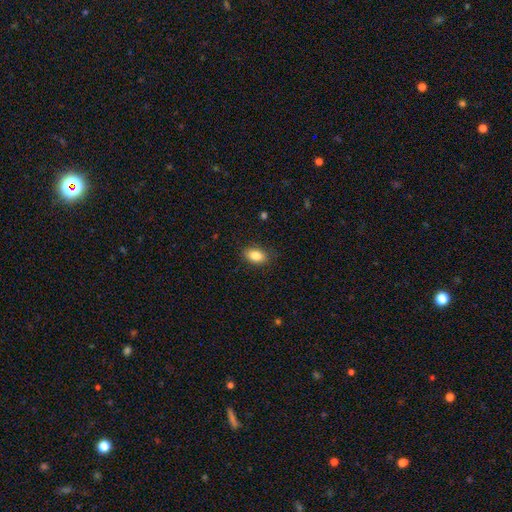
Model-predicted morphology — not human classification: The model was most divided on "how rounded": in between: 87%, round: 10%, cigar-shaped: 2%. More confident: merging — none (87%); smooth or featured — smooth (85%).